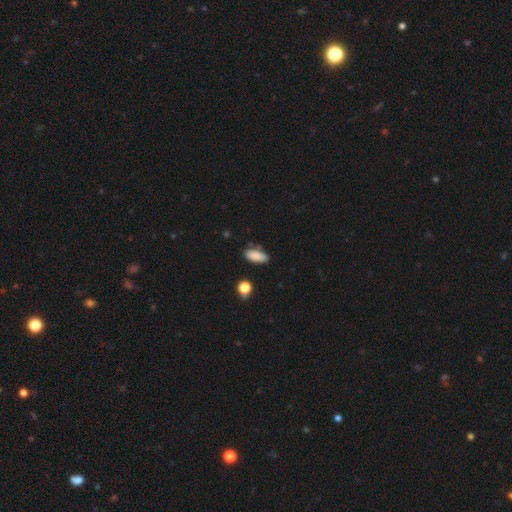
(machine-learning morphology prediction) Overall: smooth (86%). How rounded: in between (83%). Merging: none (77%).